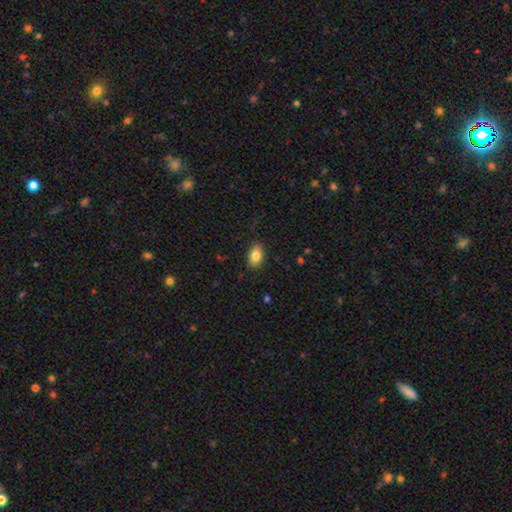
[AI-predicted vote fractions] The model was most divided on "merging": none: 85%, minor disturbance: 11%, major disturbance: 3%, merger: 1%. More confident: how rounded — in between (88%); smooth or featured — smooth (83%).